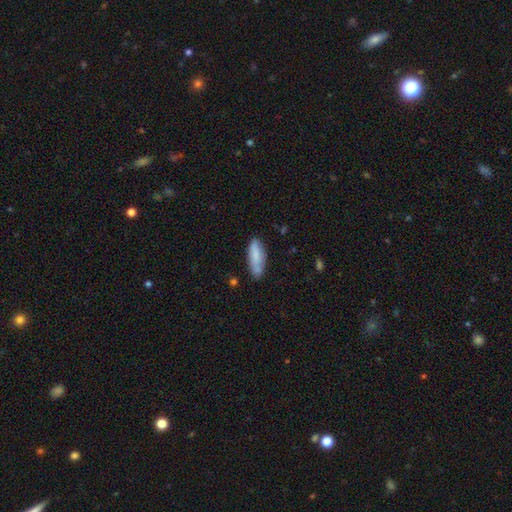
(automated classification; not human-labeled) Smooth or featured: smooth — 80% (featured or disk — 14%)
How rounded: in between — 59% (cigar-shaped — 39%)
Merging: none — 66% (minor disturbance — 24%)